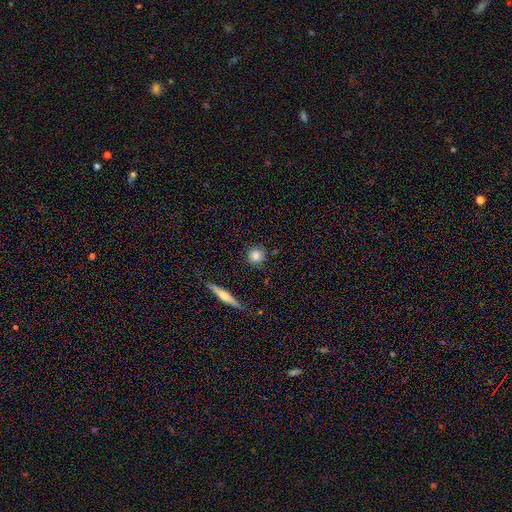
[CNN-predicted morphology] Smooth or featured? smooth (81%)
How rounded? round (91%)
Merging? none (86%)